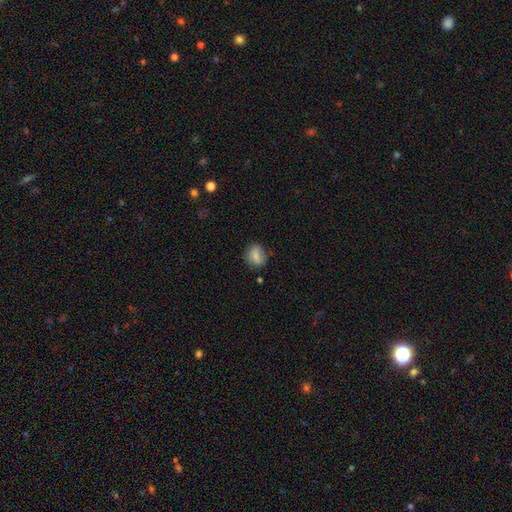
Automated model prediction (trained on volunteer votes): Smooth or featured: smooth — 75% (featured or disk — 16%)
How rounded: round — 57% (in between — 41%)
Merging: none — 77% (minor disturbance — 17%)